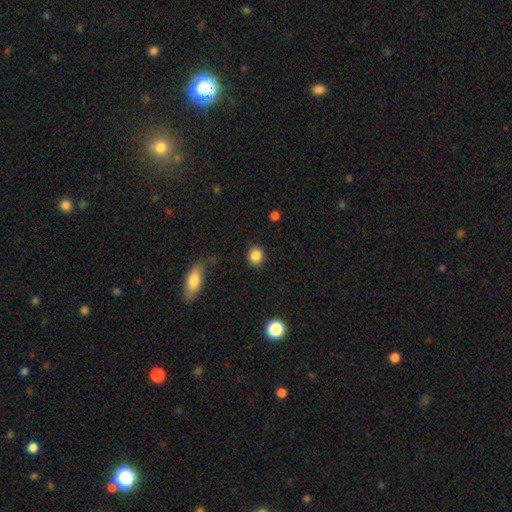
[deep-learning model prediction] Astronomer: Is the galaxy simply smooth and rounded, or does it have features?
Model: smooth — 87%.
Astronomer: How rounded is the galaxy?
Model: round — 82%.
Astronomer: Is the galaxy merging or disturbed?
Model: none — 88%.